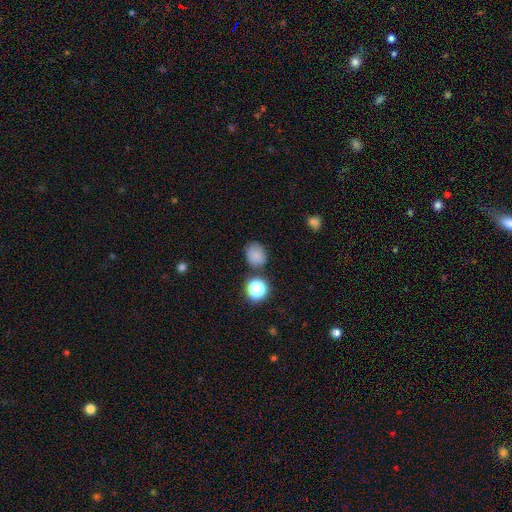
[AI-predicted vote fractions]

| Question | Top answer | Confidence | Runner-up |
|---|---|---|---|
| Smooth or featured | smooth | 79% | star or artifact (15%) |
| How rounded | round | 64% | in between (35%) |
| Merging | none | 75% | minor disturbance (14%) |